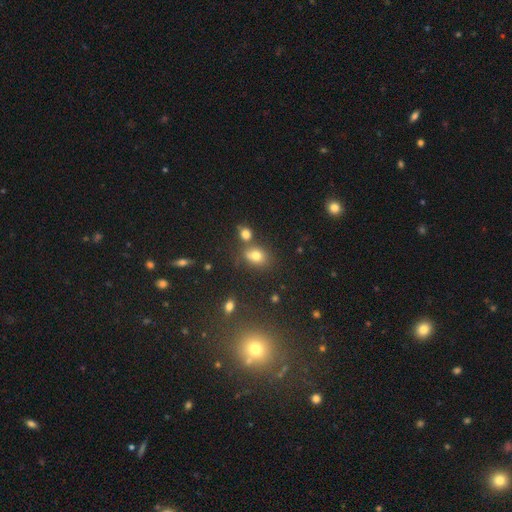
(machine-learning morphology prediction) smooth 74%, star or artifact 15%, featured or disk 11%. Down the decision tree: how rounded — in between (60%); merging — none (58%).